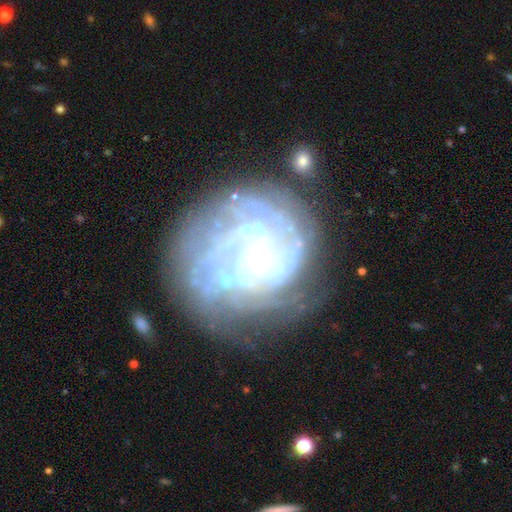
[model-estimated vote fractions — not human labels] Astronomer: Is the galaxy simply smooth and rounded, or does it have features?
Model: featured or disk — 80%.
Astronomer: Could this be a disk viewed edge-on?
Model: no — 98%.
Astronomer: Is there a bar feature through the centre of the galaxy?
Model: no — 46% (runner-up: weak, 39%).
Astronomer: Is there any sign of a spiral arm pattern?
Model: yes — 77%.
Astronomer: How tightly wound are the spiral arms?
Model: tight — 68%.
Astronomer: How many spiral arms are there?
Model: can't tell — 51%.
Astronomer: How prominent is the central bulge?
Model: small — 50% (runner-up: none, 31%).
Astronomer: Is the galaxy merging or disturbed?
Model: none — 57%.